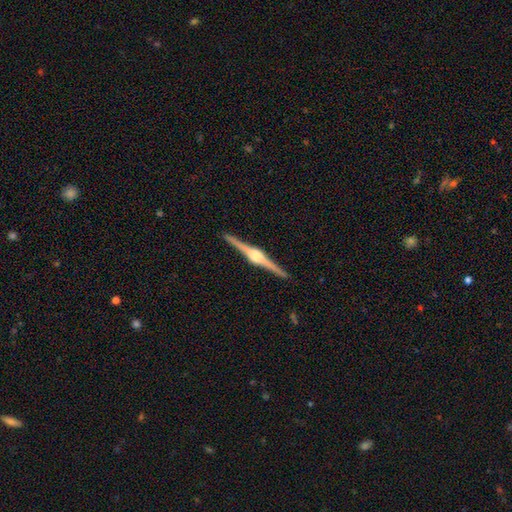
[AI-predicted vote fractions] A featured or disk galaxy (90%) viewed edge-on (99%) with a rounded central bulge (89%).

Vote fractions:
- Smooth or featured? featured or disk: 90% / smooth: 6% / star or artifact: 4%
- Edge-on disk? yes: 99% / no: 1%
- Edge-on bulge? rounded: 89% / boxy: 9% / none: 2%
- Merging? none: 93% / minor disturbance: 5% / major disturbance: 1% / merger: 1%